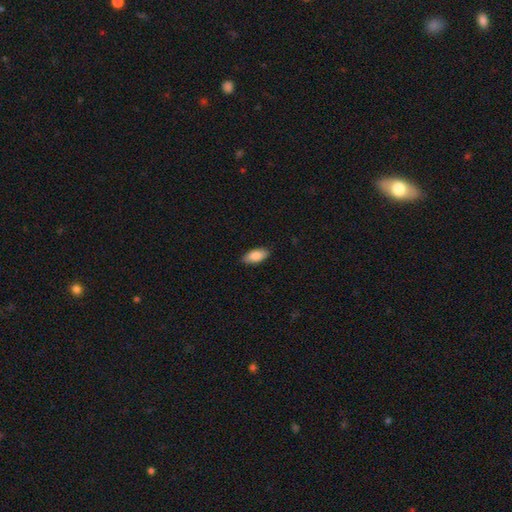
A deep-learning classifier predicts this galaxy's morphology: Smooth or featured? Predicted: smooth (p=0.87). How rounded? Predicted: in between (p=0.91). Merging? Predicted: none (p=0.87).